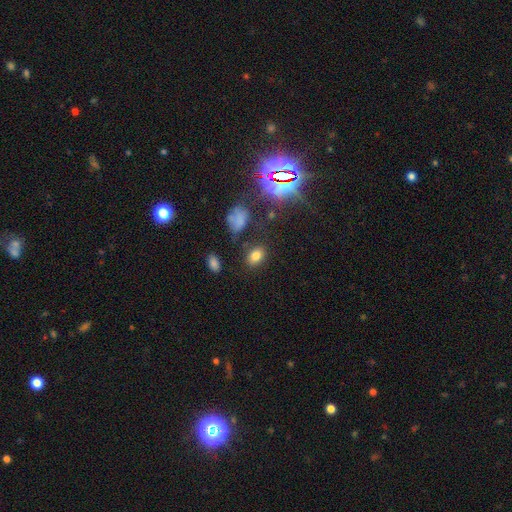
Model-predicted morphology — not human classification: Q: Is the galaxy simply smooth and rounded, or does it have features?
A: smooth — 76%.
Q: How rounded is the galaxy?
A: in between — 76%.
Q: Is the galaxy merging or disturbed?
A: none — 79%.